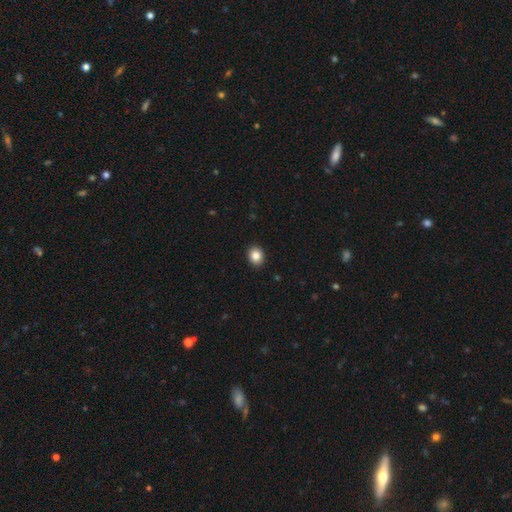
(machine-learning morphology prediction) type=smooth (85%); roundness=round (52%); merging=none (92%).